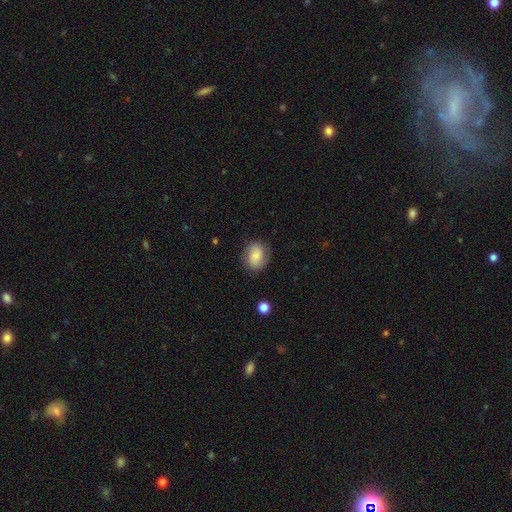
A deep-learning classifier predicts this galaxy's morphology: Q: Smooth or featured?
A: smooth (65%); runner-up: featured or disk (27%)
Q: How rounded?
A: round (52%); runner-up: in between (47%)
Q: Merging?
A: none (78%); runner-up: minor disturbance (16%)